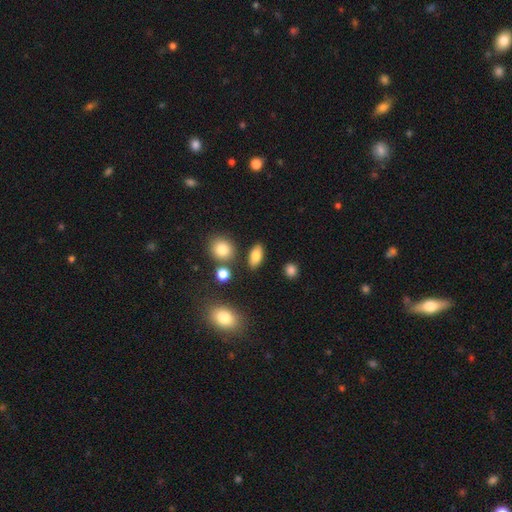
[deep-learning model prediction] Overall: smooth (81%). How rounded: in between (85%). Merging: none (84%).